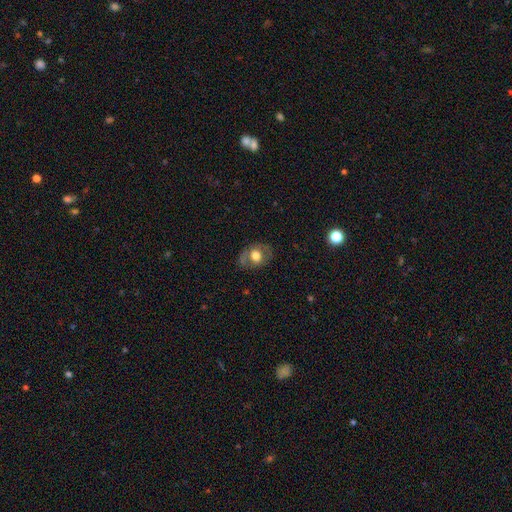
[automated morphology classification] This appears to be a smooth galaxy with no disk features (56%) that is in between round and cigar-shaped (56%). Merging: none (72%).